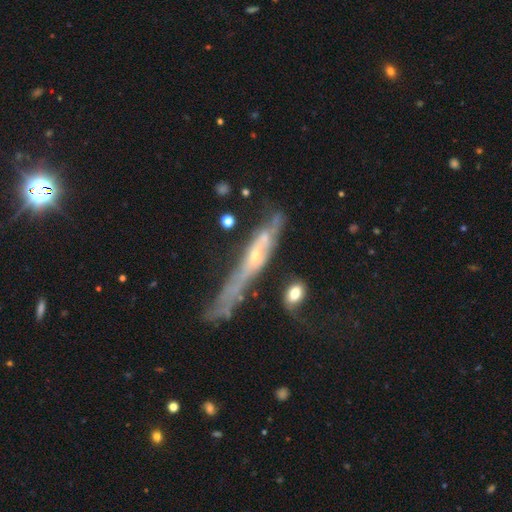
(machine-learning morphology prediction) smooth-or-featured: featured or disk: 66% | smooth: 23% | star or artifact: 11%
  disk-edge-on: yes: 71% | no: 29%
  merging: none: 35% | major disturbance: 28% | minor disturbance: 22% | merger: 15%